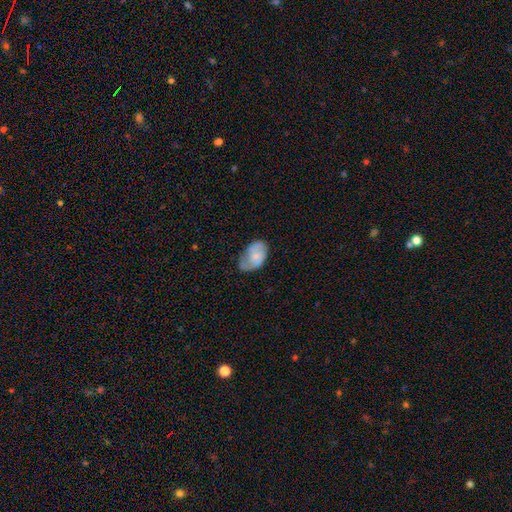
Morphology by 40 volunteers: Q: Smooth or featured?
A: smooth (62%); runner-up: featured or disk (28%)
Q: How rounded?
A: in between (100%)
Q: Merging?
A: none (47%); runner-up: minor disturbance (28%)